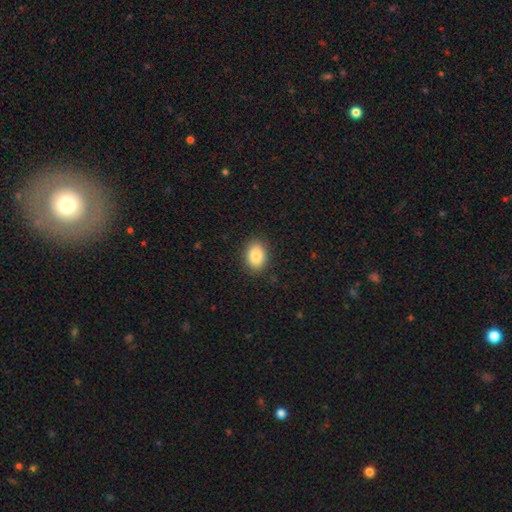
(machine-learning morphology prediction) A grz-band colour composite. It shows a smooth galaxy with no disk features (86%) that is in between round and cigar-shaped (71%). Merging: none (89%).